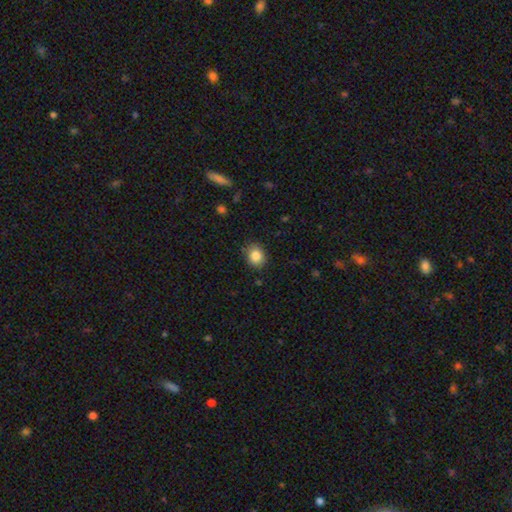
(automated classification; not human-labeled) A smooth galaxy with no disk features (85%) that is round (59%).

Vote fractions:
- Smooth or featured? smooth: 85% / star or artifact: 9% / featured or disk: 6%
- How rounded? round: 59% / in between: 40% / cigar-shaped: 1%
- Merging? none: 85% / minor disturbance: 11% / major disturbance: 3% / merger: 1%